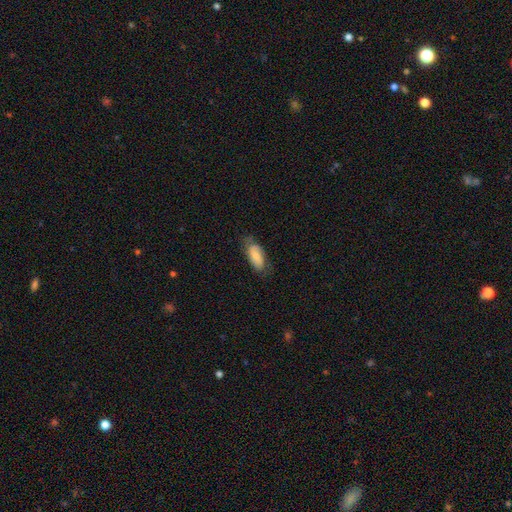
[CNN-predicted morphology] This is likely a smooth galaxy (64%). How rounded: clearly in between (87%). Merging: likely none (63%).